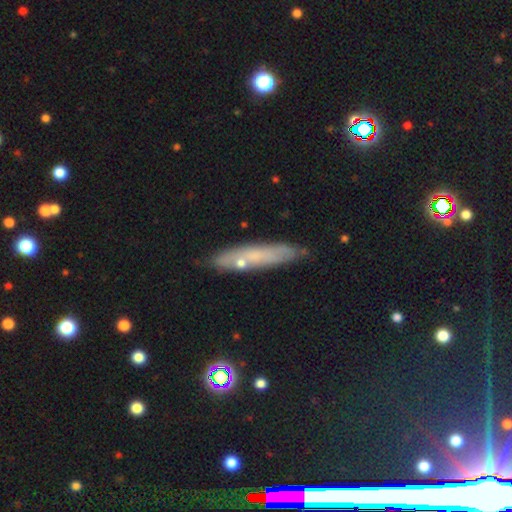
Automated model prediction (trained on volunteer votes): smooth-or-featured: smooth: 49% | featured or disk: 40% | star or artifact: 11%
  merging: none: 76% | minor disturbance: 16% | merger: 5% | major disturbance: 3%